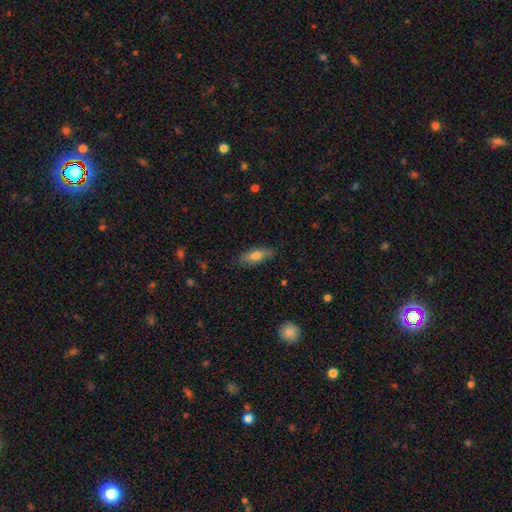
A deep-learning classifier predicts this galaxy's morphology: Smooth or featured? Predicted: smooth (p=0.71). How rounded? Predicted: in between (p=0.69). Merging? Predicted: none (p=0.81).